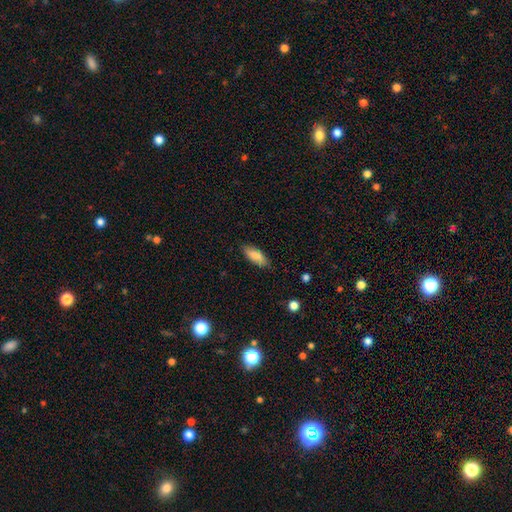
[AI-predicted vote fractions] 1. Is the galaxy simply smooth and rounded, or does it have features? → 84% smooth, 10% featured or disk, 6% star or artifact.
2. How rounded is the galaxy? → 77% in between, 21% cigar-shaped, 2% round.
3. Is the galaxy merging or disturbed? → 84% none, 12% minor disturbance, 2% major disturbance, 1% merger.